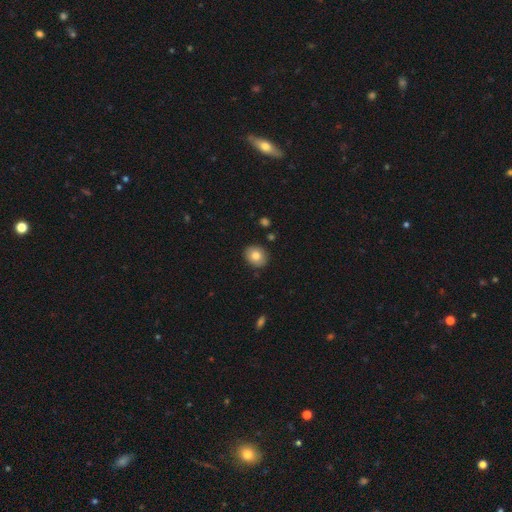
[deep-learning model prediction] Smooth or featured? Predicted: smooth (p=0.80). How rounded? Predicted: round (p=0.63). Merging? Predicted: none (p=0.89).